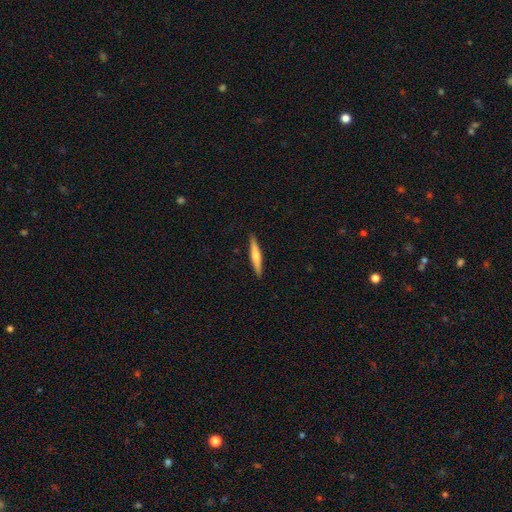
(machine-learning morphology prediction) smooth_or_featured: smooth (p=0.52) [alt: featured or disk p=0.42]
how_rounded: cigar-shaped (p=0.92) [alt: in between p=0.06]
merging: none (p=0.91) [alt: minor disturbance p=0.07]